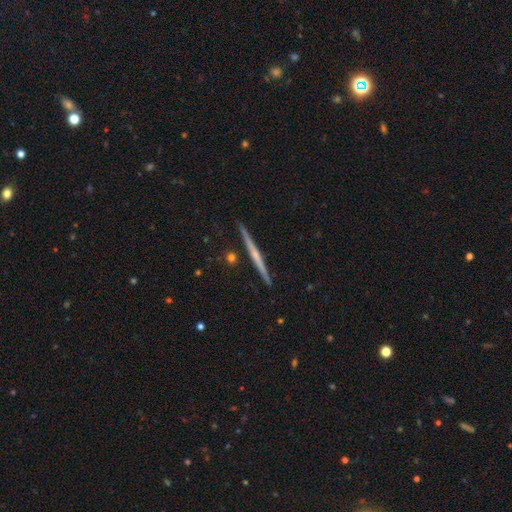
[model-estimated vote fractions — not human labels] Smooth or featured? featured or disk (70%)
Edge-on disk? yes (98%)
Edge-on bulge? none (56%)
Merging? none (91%)